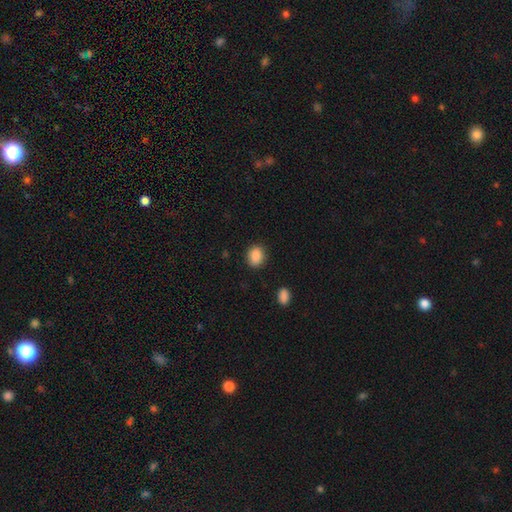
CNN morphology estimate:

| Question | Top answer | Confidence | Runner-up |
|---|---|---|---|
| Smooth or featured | smooth | 89% | star or artifact (8%) |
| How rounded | in between | 58% | round (41%) |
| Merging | none | 86% | minor disturbance (10%) |